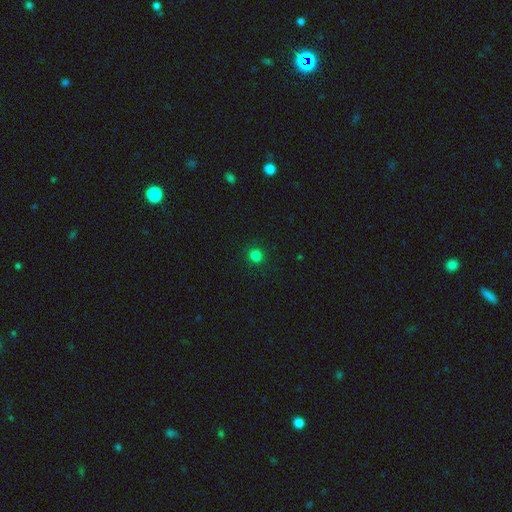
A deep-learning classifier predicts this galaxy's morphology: smooth-or-featured: smooth: 82% | star or artifact: 15% | featured or disk: 3%
  how-rounded: round: 94% | in between: 5% | cigar-shaped: 1%
  merging: none: 92% | minor disturbance: 5% | major disturbance: 2% | merger: 1%